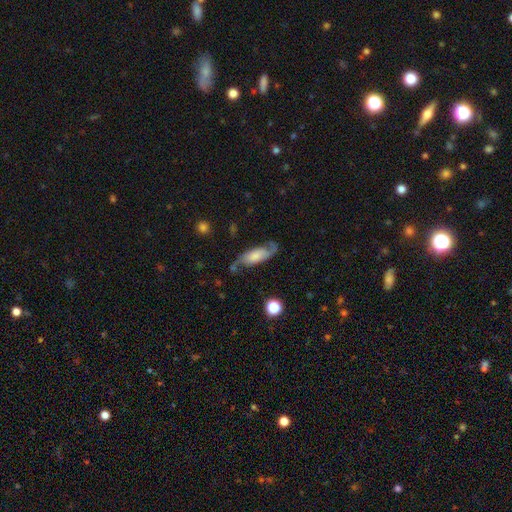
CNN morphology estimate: The model was most divided on "bulge size": small: 26%, none: 24%, moderate: 22%, large: 21%, dominant: 7%. More confident: spiral arms — yes (92%); edge-on disk — no (87%); spiral arm count — 2 (85%); smooth or featured — featured or disk (64%); bar — no (61%); merging — none (60%); spiral winding — loose (57%).